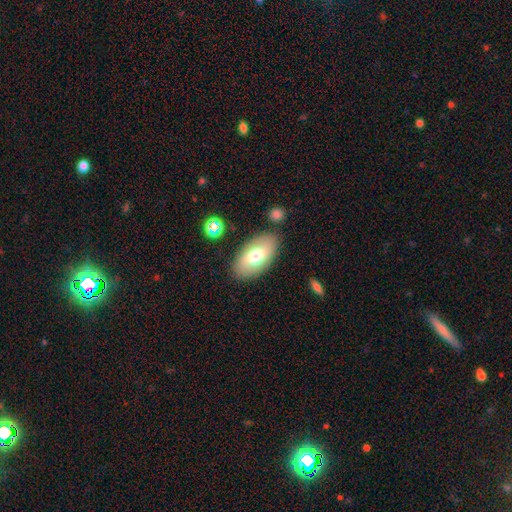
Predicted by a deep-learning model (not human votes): This is likely a smooth galaxy (67%). How rounded: clearly in between (93%). Merging: clearly none (83%).